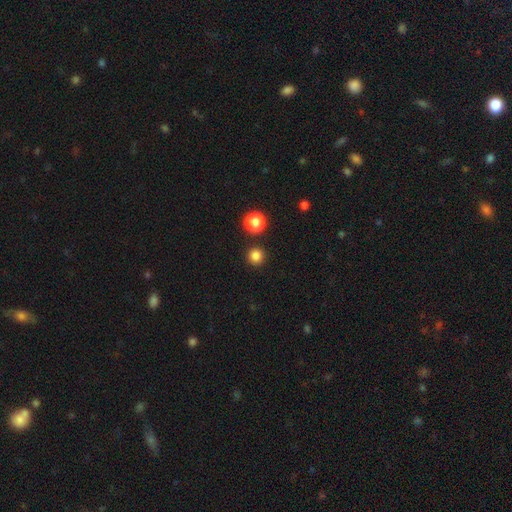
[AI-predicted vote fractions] Smooth or featured: smooth — 82% (star or artifact — 14%)
How rounded: round — 94% (in between — 5%)
Merging: none — 89% (minor disturbance — 5%)